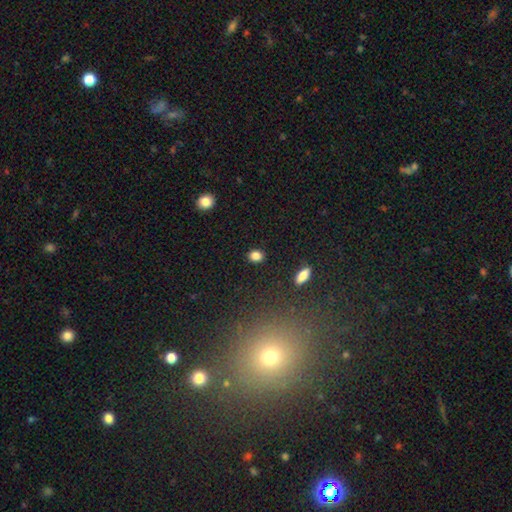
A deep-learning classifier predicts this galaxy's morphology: smooth_or_featured: smooth (p=0.85) [alt: star or artifact p=0.11]
how_rounded: round (p=0.54) [alt: in between p=0.44]
merging: none (p=0.88) [alt: minor disturbance p=0.08]